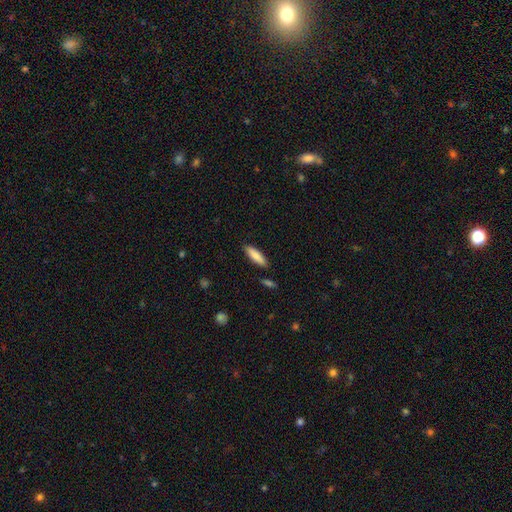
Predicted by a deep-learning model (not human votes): smooth_or_featured: smooth (p=0.82) [alt: featured or disk p=0.12]
how_rounded: cigar-shaped (p=0.62) [alt: in between p=0.36]
merging: none (p=0.86) [alt: minor disturbance p=0.09]